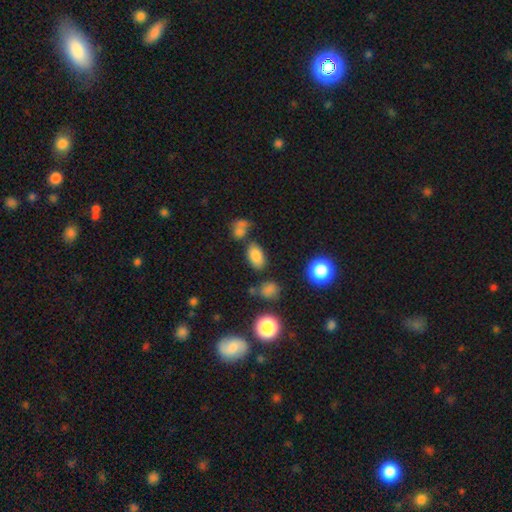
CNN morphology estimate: smooth-or-featured: smooth: 82% | star or artifact: 12% | featured or disk: 7%
  how-rounded: in between: 90% | round: 7% | cigar-shaped: 2%
  merging: none: 77% | minor disturbance: 12% | merger: 8% | major disturbance: 4%